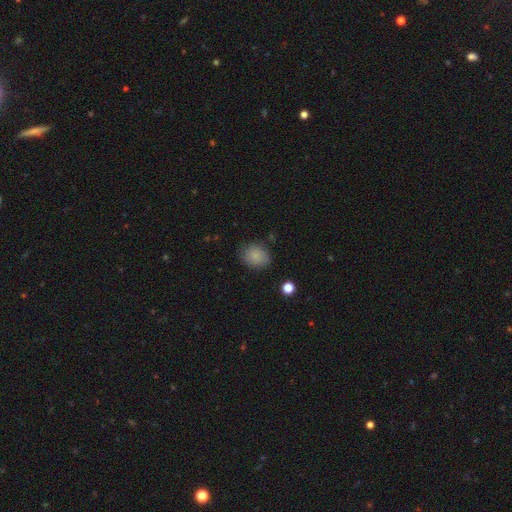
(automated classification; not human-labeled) Smooth or featured? Predicted: smooth (p=0.83). How rounded? Predicted: round (p=0.58). Merging? Predicted: none (p=0.80).